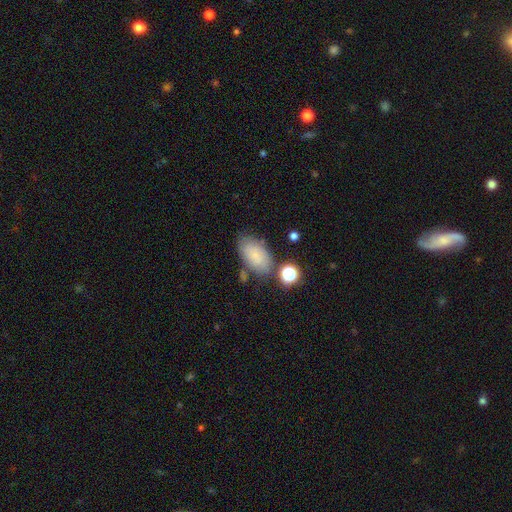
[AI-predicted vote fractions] Smooth or featured: smooth — 73% (featured or disk — 17%)
How rounded: in between — 92% (round — 6%)
Merging: none — 67% (minor disturbance — 19%)